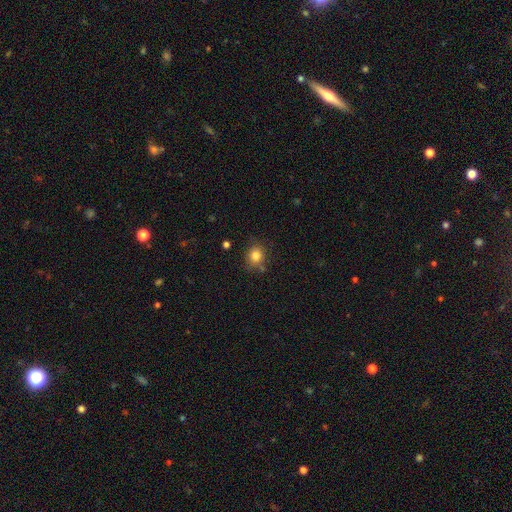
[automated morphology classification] Smooth or featured? Predicted: smooth (p=0.82). How rounded? Predicted: round (p=0.76). Merging? Predicted: none (p=0.77).